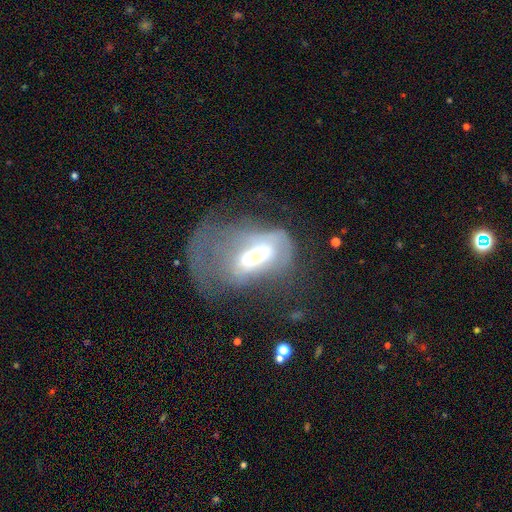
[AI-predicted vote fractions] Smooth or featured? featured or disk (51%)
Edge-on disk? no (89%)
Merging? major disturbance (64%)